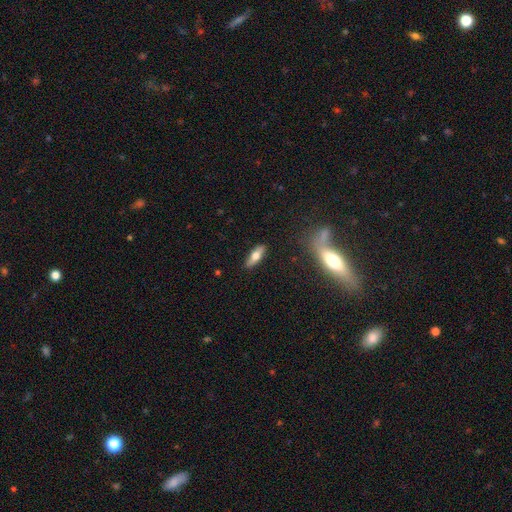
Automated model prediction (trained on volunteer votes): A smooth galaxy with no disk features (62%) that is in between round and cigar-shaped (55%).

Vote fractions:
- Smooth or featured? smooth: 62% / featured or disk: 31% / star or artifact: 7%
- How rounded? in between: 55% / cigar-shaped: 42% / round: 3%
- Merging? none: 87% / minor disturbance: 9% / major disturbance: 2% / merger: 2%